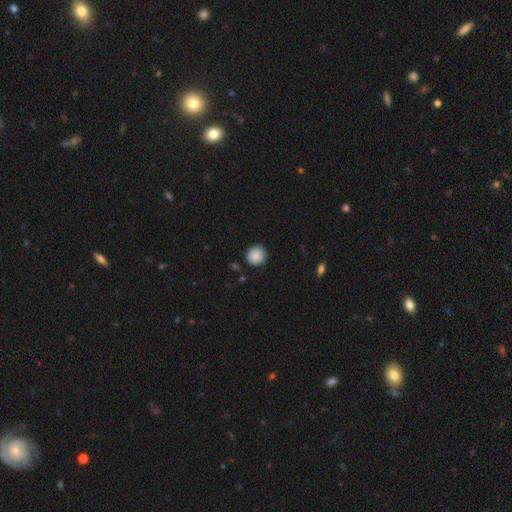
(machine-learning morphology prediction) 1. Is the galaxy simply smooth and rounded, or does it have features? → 88% smooth, 8% star or artifact, 5% featured or disk.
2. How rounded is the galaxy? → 90% round, 9% in between, 1% cigar-shaped.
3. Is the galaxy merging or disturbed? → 84% none, 12% minor disturbance, 2% major disturbance, 2% merger.